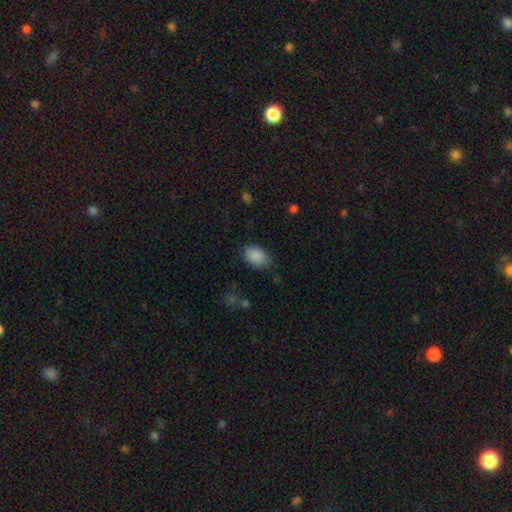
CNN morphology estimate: The model was most divided on "merging": none: 78%, minor disturbance: 17%, major disturbance: 4%, merger: 1%. More confident: smooth or featured — smooth (89%); how rounded — in between (84%).